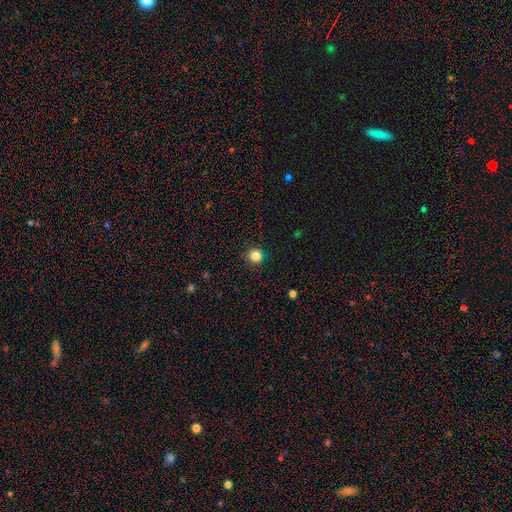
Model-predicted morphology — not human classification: This is clearly a smooth galaxy (83%). How rounded: clearly round (94%). Merging: clearly none (91%).